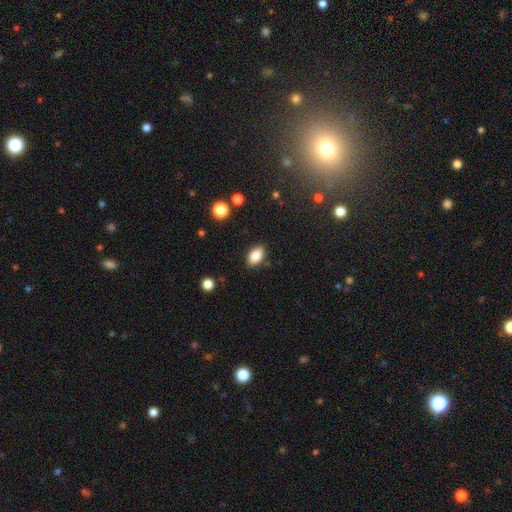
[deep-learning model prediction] A smooth galaxy with no disk features (87%) that is in between round and cigar-shaped (89%).

Vote fractions:
- Smooth or featured? smooth: 87% / star or artifact: 8% / featured or disk: 5%
- How rounded? in between: 89% / round: 10% / cigar-shaped: 1%
- Merging? none: 86% / minor disturbance: 10% / major disturbance: 3% / merger: 1%